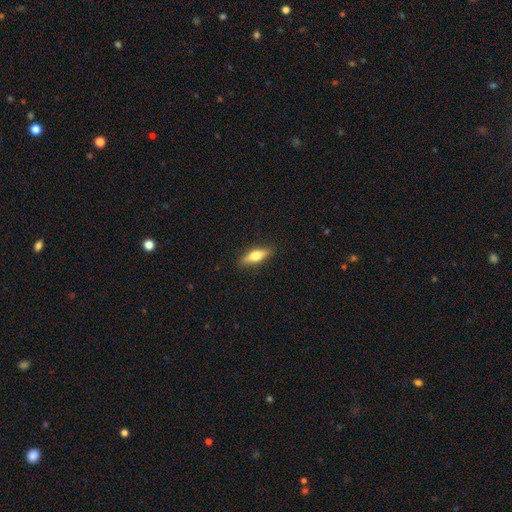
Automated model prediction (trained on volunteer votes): Overall: smooth (66%; featured or disk 28%). How rounded: in between (58%; cigar-shaped 39%). Merging: none (88%).